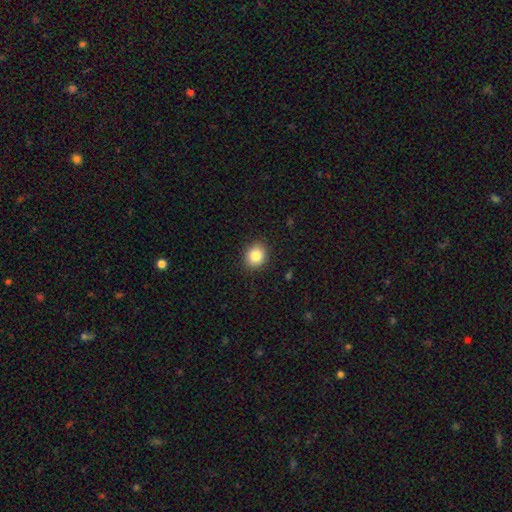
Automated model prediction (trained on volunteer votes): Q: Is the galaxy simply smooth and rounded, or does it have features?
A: smooth — 85%.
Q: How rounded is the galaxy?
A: round — 73%.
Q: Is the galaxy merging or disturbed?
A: none — 89%.